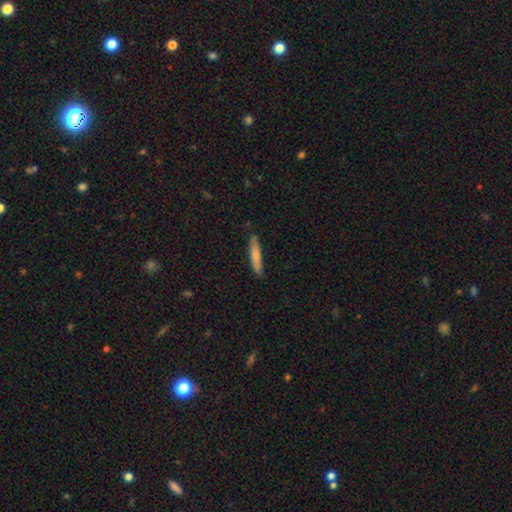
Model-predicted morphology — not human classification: smooth-or-featured: smooth: 72% | featured or disk: 22% | star or artifact: 5%
  how-rounded: cigar-shaped: 88% | in between: 11% | round: 1%
  merging: none: 85% | minor disturbance: 12% | major disturbance: 2% | merger: 1%